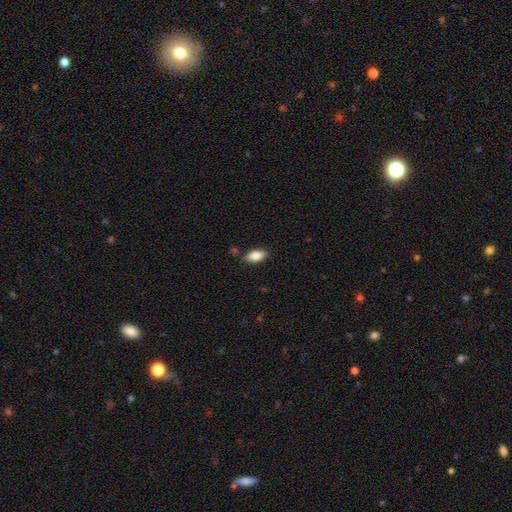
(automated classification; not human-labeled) A smooth galaxy with no disk features (86%) that is in between round and cigar-shaped (91%). Merging: none (84%).